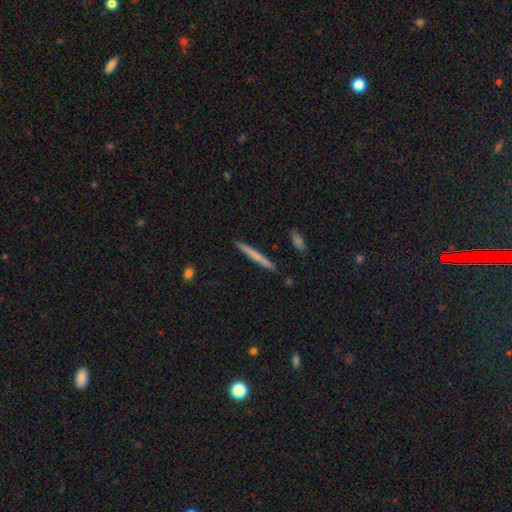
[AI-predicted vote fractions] This appears to be a smooth galaxy with no disk features (62%) that is cigar-shaped (97%). Merging: none (92%).